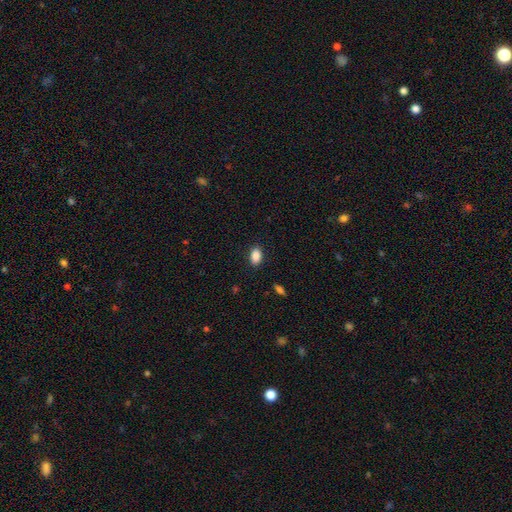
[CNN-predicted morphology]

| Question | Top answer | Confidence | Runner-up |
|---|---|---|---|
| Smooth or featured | smooth | 88% | star or artifact (8%) |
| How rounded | in between | 88% | round (9%) |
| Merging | none | 87% | minor disturbance (9%) |